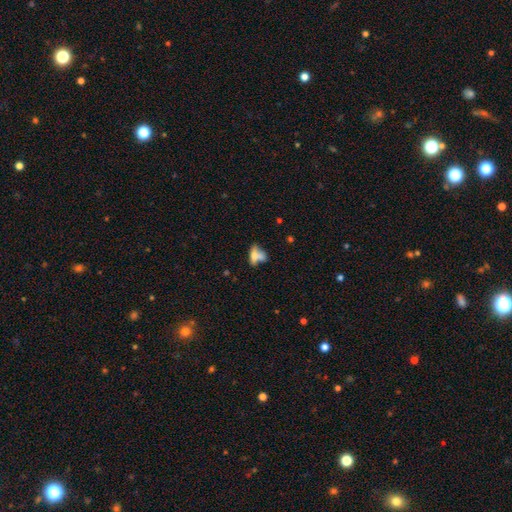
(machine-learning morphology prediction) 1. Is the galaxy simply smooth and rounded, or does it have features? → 60% smooth, 29% featured or disk, 11% star or artifact.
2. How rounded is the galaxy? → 73% in between, 14% cigar-shaped, 13% round.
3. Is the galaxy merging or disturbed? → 42% merger, 30% none, 15% minor disturbance, 13% major disturbance.